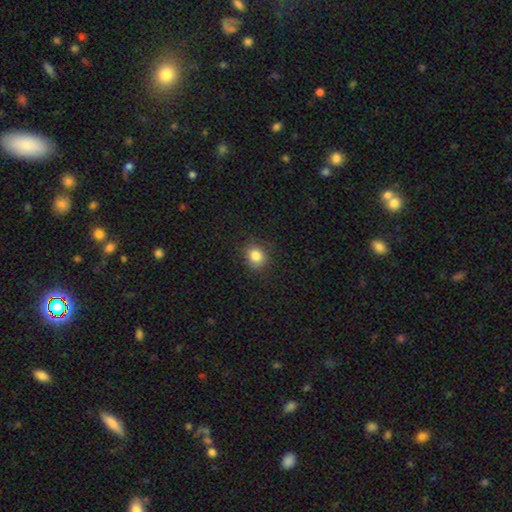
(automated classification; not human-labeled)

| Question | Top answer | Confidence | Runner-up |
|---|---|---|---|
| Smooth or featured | smooth | 84% | star or artifact (11%) |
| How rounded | round | 78% | in between (21%) |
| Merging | none | 84% | minor disturbance (11%) |